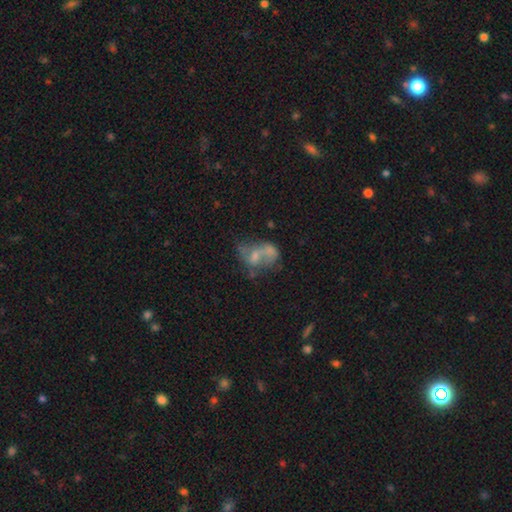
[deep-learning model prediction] The model was most divided on "merging": merger: 36%, none: 28%, major disturbance: 21%, minor disturbance: 15%. More confident: edge-on disk — no (97%); smooth or featured — featured or disk (51%).